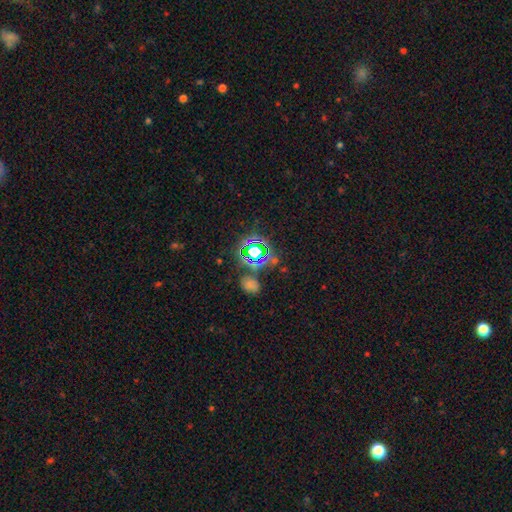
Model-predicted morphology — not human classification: smooth_or_featured: star or artifact (p=0.72) [alt: smooth p=0.19]